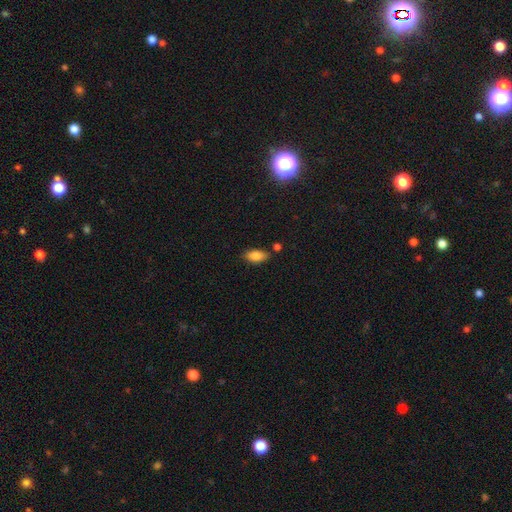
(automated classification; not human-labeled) smooth_or_featured: smooth (p=0.84) [alt: featured or disk p=0.08]
how_rounded: in between (p=0.90) [alt: cigar-shaped p=0.07]
merging: none (p=0.80) [alt: minor disturbance p=0.12]